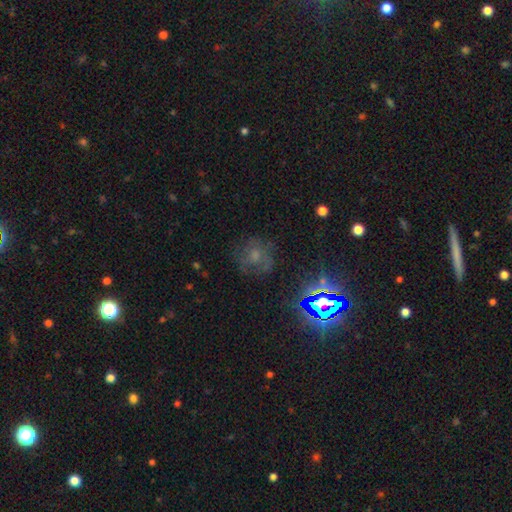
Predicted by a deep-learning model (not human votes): Smooth or featured: star or artifact — 34% (tied with smooth — 34%)